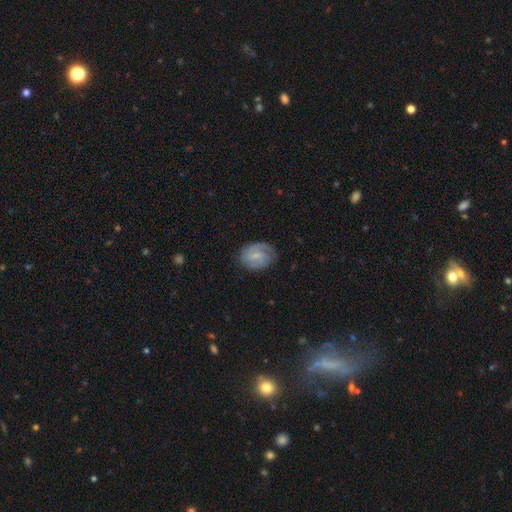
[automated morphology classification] type=featured or disk (59%); edge-on=no (97%); bar=weak (49%); spiral arms=yes (87%); bulge=small (60%); merging=none (71%).